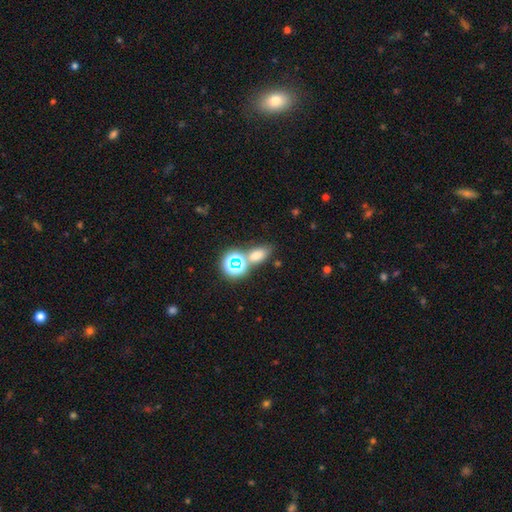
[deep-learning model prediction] This appears to be a smooth galaxy with no disk features (63%) that is in between round and cigar-shaped (74%). Merging: none (63%).